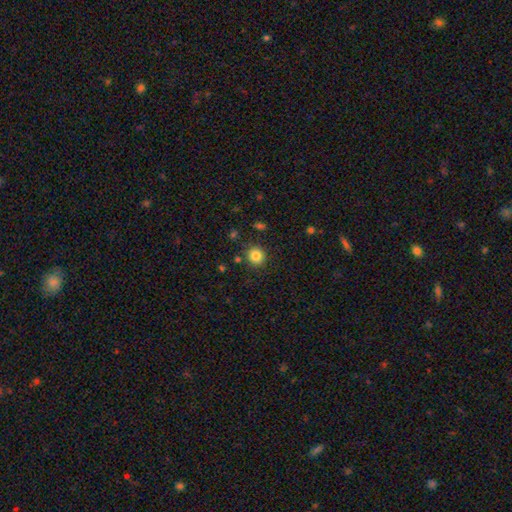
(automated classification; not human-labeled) smooth-or-featured: smooth: 83% | star or artifact: 11% | featured or disk: 5%
  how-rounded: round: 91% | in between: 8% | cigar-shaped: 1%
  merging: none: 87% | minor disturbance: 8% | merger: 3% | major disturbance: 2%